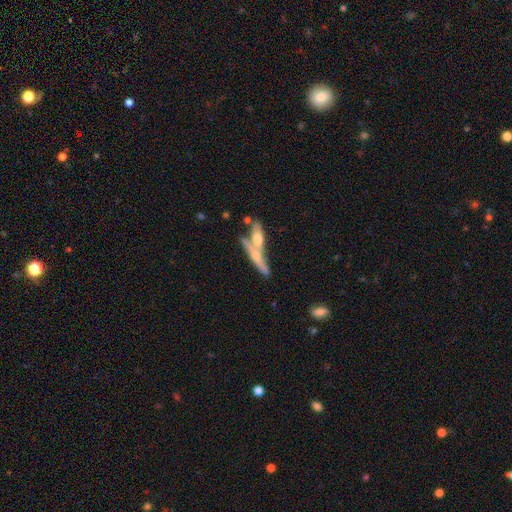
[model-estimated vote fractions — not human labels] This appears to be a featured or disk galaxy (60%) viewed edge-on (80%). Merging: merger (47%).